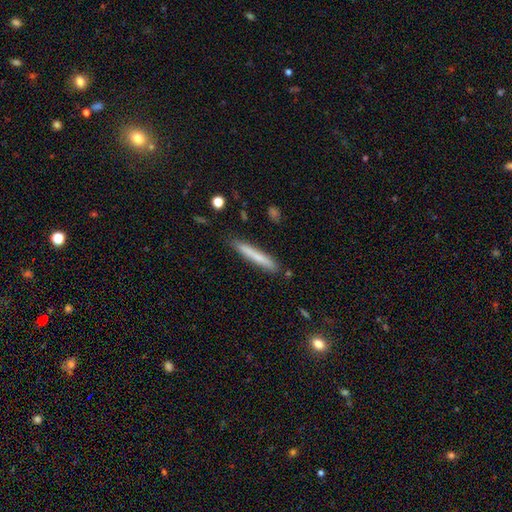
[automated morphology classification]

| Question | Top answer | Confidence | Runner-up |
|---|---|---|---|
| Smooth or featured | smooth | 72% | featured or disk (22%) |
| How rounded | cigar-shaped | 95% | in between (4%) |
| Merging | none | 86% | minor disturbance (11%) |